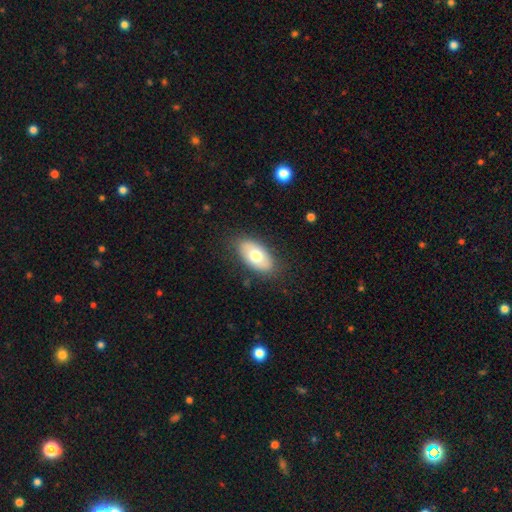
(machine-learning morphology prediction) Smooth or featured?
  - smooth: 68% *
  - featured or disk: 26%
  - star or artifact: 6%
How rounded?
  - in between: 94% *
  - round: 4%
  - cigar-shaped: 2%
Merging?
  - none: 84% *
  - minor disturbance: 12%
  - major disturbance: 3%
  - merger: 1%